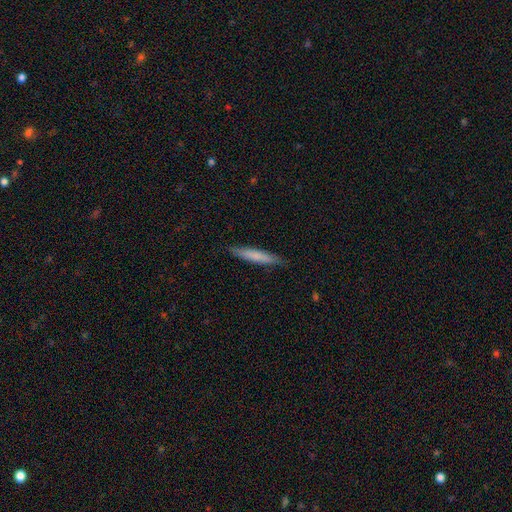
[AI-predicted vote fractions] Morphology: type=smooth (72%); roundness=cigar-shaped (93%); merging=none (89%).